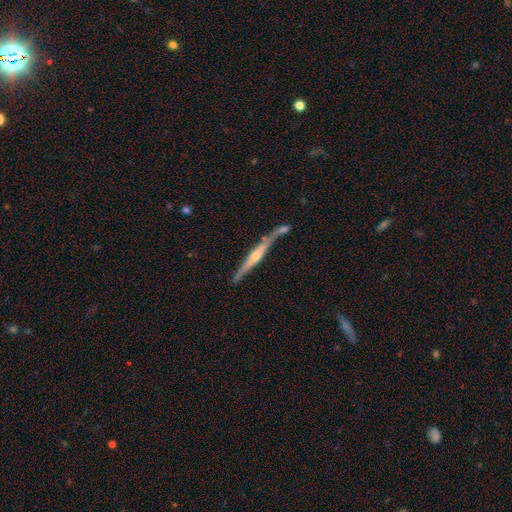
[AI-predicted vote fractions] Q: Smooth or featured?
A: featured or disk (76%); runner-up: smooth (18%)
Q: Edge-on disk?
A: yes (96%); runner-up: no (4%)
Q: Edge-on bulge?
A: rounded (81%); runner-up: none (13%)
Q: Merging?
A: none (65%); runner-up: merger (16%)